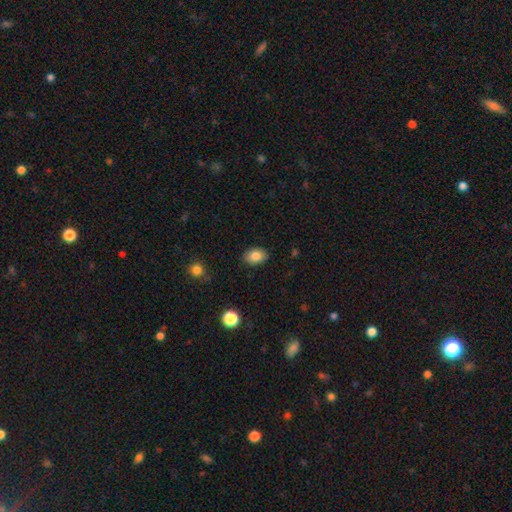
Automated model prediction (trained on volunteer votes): The model was most divided on "how rounded": in between: 79%, round: 20%, cigar-shaped: 1%. More confident: merging — none (86%); smooth or featured — smooth (83%).